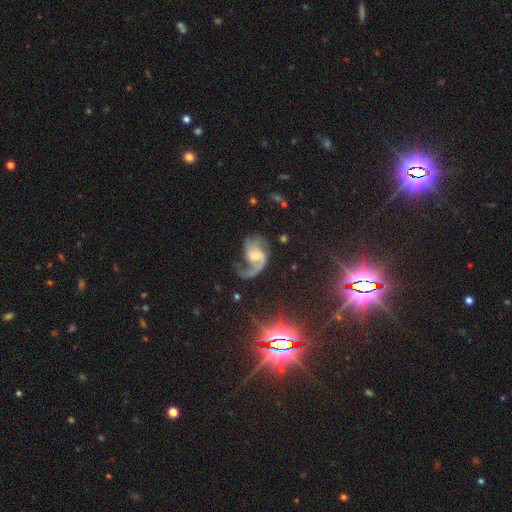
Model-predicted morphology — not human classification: This appears to be a featured or disk galaxy (80%) with no bar (47%), 2 (48%) loose (46%) spiral arms (94%) and a small central bulge (39%). Merging: major disturbance (39%).